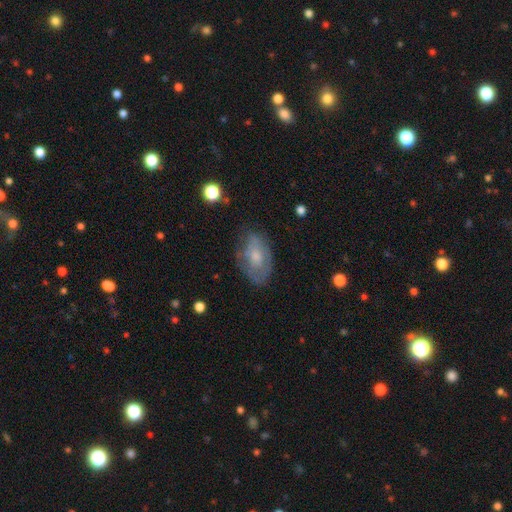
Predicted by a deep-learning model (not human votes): Smooth or featured? smooth (48%)
Merging? none (64%)